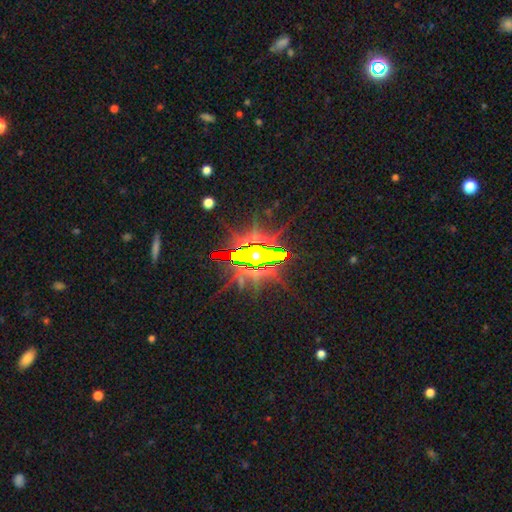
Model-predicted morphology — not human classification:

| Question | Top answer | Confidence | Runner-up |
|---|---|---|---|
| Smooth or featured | star or artifact | 68% | featured or disk (24%) |